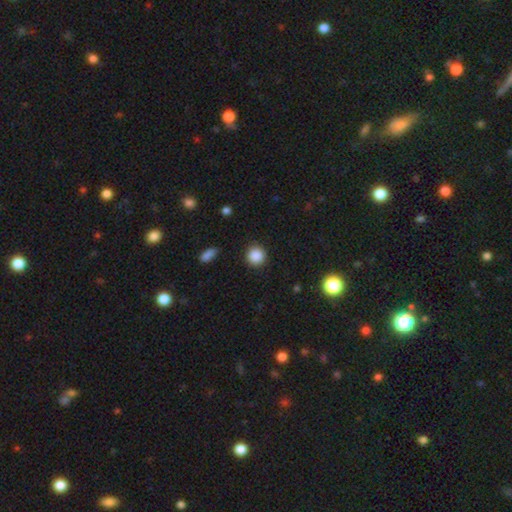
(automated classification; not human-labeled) A smooth galaxy with no disk features (88%) that is round (93%). Merging: none (90%).